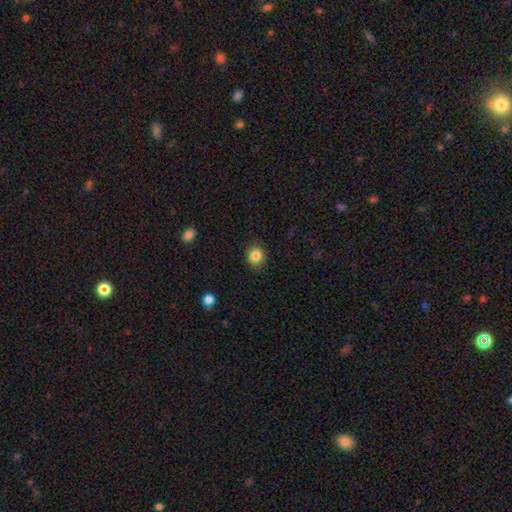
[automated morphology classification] The model was most divided on "how rounded": round: 74%, in between: 25%, cigar-shaped: 1%. More confident: merging — none (88%); smooth or featured — smooth (85%).